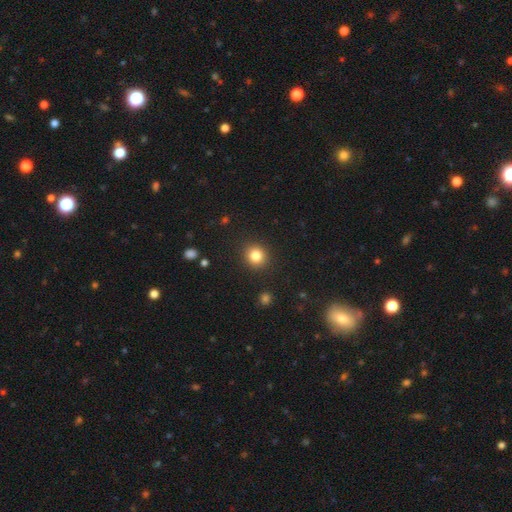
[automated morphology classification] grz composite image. It shows a smooth galaxy with no disk features (82%) that is round (87%). Merging: none (91%).